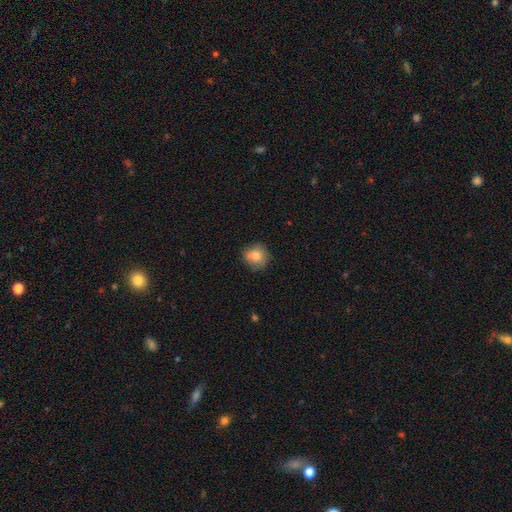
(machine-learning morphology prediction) The model was most divided on "merging": none: 81%, minor disturbance: 15%, major disturbance: 3%, merger: 1%. More confident: how rounded — round (88%); smooth or featured — smooth (80%).